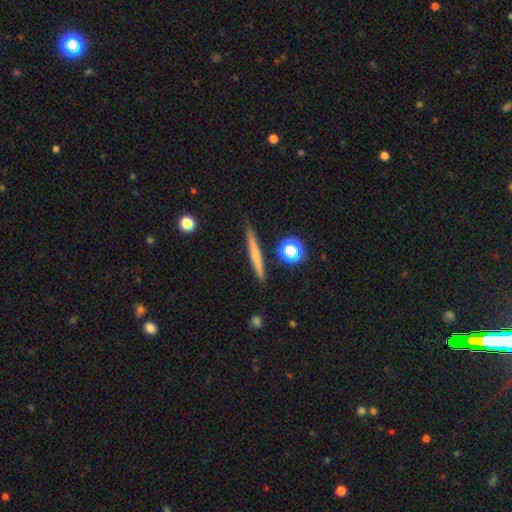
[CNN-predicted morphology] type=smooth (56%); roundness=cigar-shaped (93%); merging=none (88%).